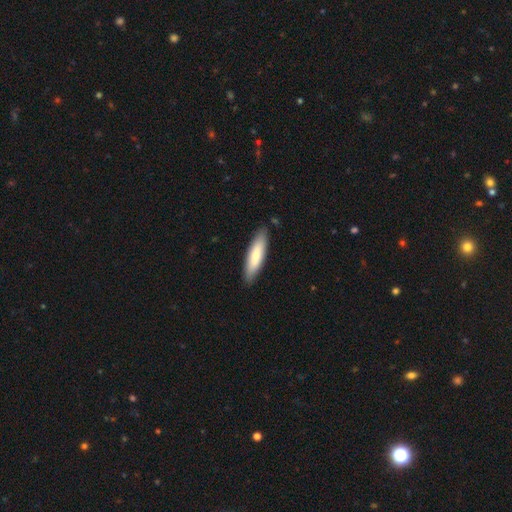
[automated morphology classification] Smooth or featured: smooth — 75% (featured or disk — 20%)
How rounded: cigar-shaped — 66% (in between — 33%)
Merging: none — 87% (minor disturbance — 10%)